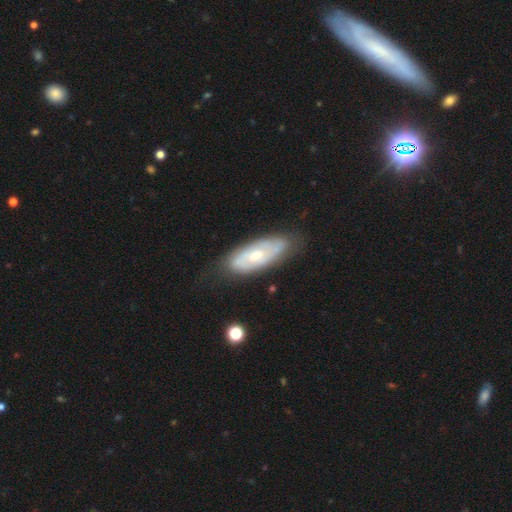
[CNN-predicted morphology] Smooth or featured?
  - featured or disk: 67% *
  - smooth: 27%
  - star or artifact: 6%
Edge-on disk?
  - no: 86% *
  - yes: 14%
Bar?
  - no: 65% *
  - weak: 29%
  - strong: 6%
Spiral arms?
  - yes: 77% *
  - no: 23%
Bulge size?
  - moderate: 52% *
  - small: 43%
  - large: 3%
  - none: 1%
  - dominant: 1%
Merging?
  - none: 73% *
  - minor disturbance: 20%
  - major disturbance: 5%
  - merger: 2%